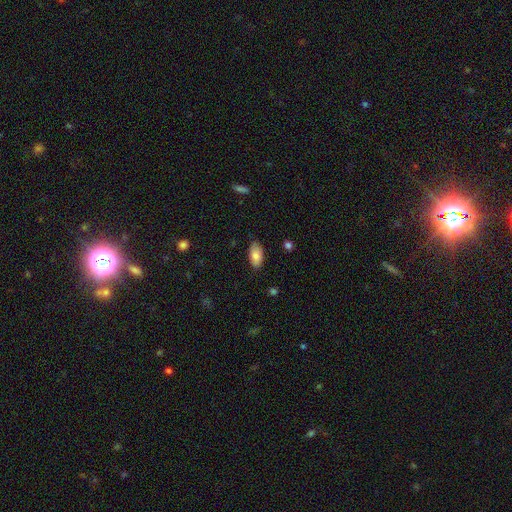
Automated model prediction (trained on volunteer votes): Smooth or featured: smooth — 82% (featured or disk — 11%)
How rounded: in between — 93% (cigar-shaped — 4%)
Merging: none — 82% (minor disturbance — 15%)